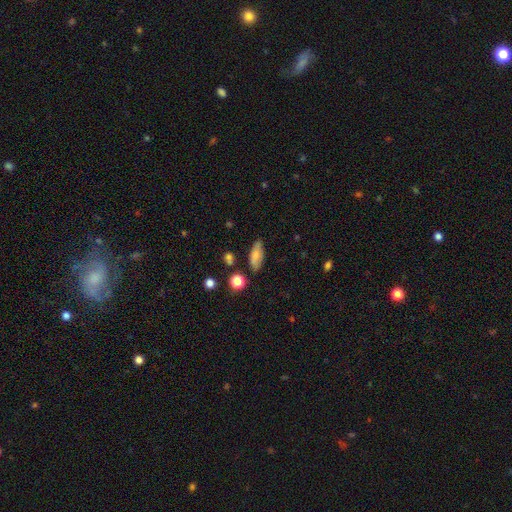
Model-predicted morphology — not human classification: smooth 76%, featured or disk 16%, star or artifact 8%. Down the decision tree: how rounded — in between (79%); merging — none (79%).